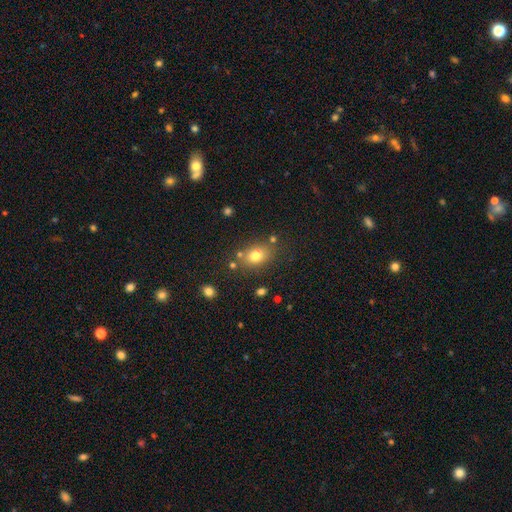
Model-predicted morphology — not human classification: This is likely a smooth galaxy (76%). How rounded: likely in between (64%). Merging: likely none (74%).